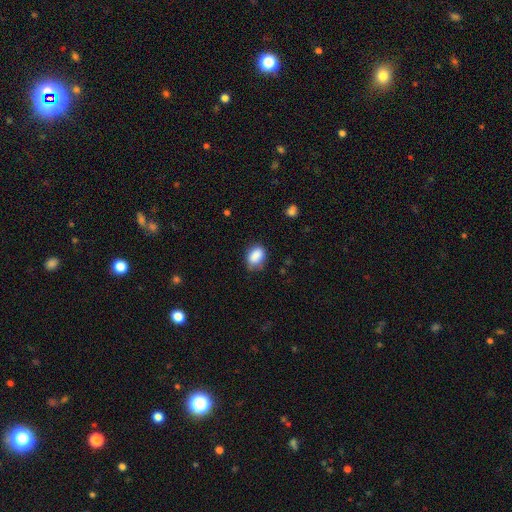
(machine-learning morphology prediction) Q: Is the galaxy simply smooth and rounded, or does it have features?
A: smooth — 87%.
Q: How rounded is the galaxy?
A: in between — 76%.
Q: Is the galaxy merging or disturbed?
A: none — 68%.